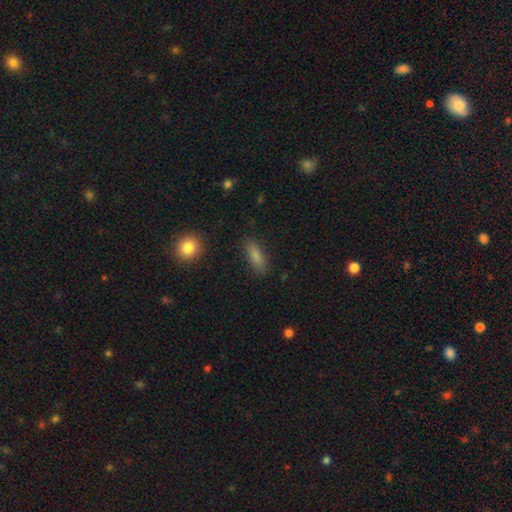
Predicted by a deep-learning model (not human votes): Morphology: type=smooth (84%); roundness=in between (68%); merging=none (85%).